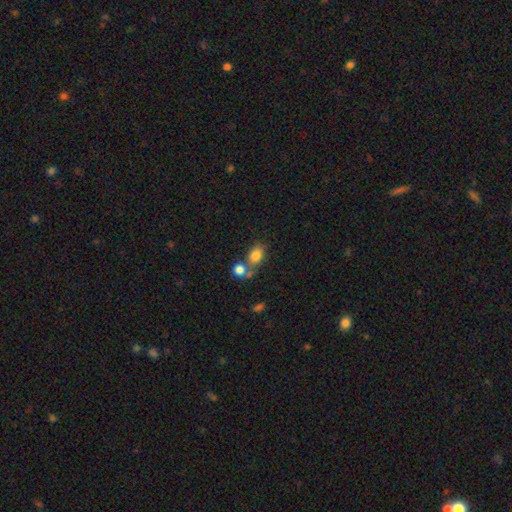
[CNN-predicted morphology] Overall: smooth (80%). How rounded: in between (64%; round 34%). Merging: none (44%; merger 39%).